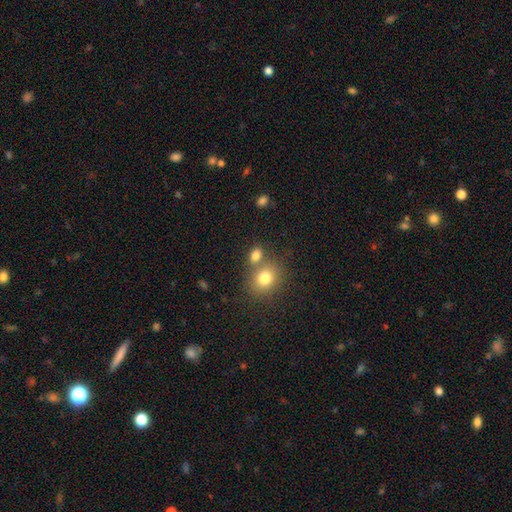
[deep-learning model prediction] Smooth or featured?
  - smooth: 80% *
  - star or artifact: 12%
  - featured or disk: 8%
How rounded?
  - in between: 64% *
  - round: 34%
  - cigar-shaped: 2%
Merging?
  - none: 53% *
  - merger: 33%
  - minor disturbance: 10%
  - major disturbance: 4%